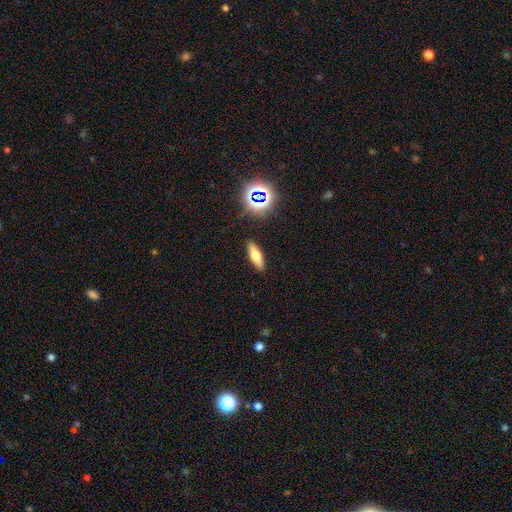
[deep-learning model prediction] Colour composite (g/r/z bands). It shows a smooth galaxy with no disk features (55%) that is cigar-shaped (54%). Merging: none (89%).